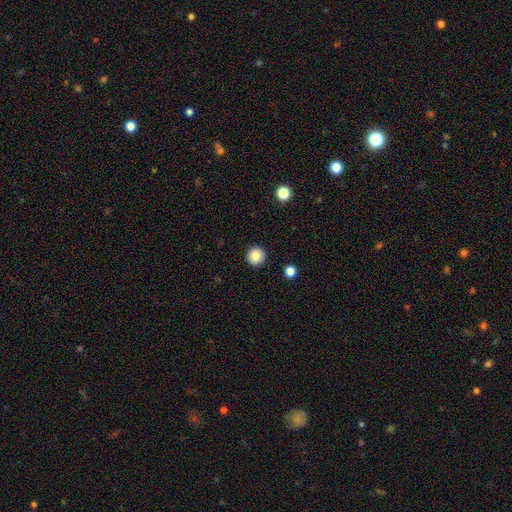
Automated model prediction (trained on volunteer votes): A smooth galaxy with no disk features (84%) that is round (96%). Merging: none (93%).